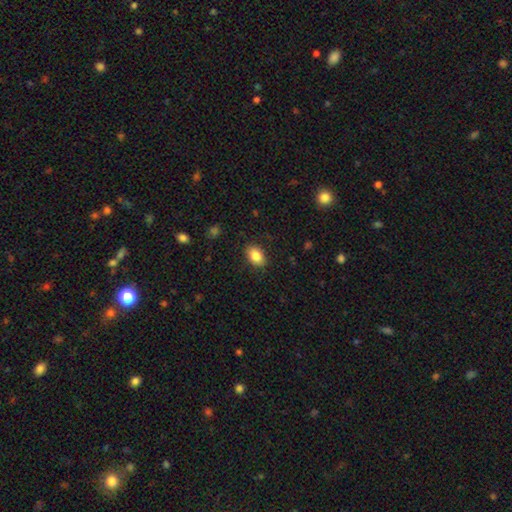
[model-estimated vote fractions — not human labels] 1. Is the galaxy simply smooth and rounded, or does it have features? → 85% smooth, 8% star or artifact, 7% featured or disk.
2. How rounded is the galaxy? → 83% in between, 15% round, 1% cigar-shaped.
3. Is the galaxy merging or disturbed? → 87% none, 9% minor disturbance, 2% major disturbance, 1% merger.